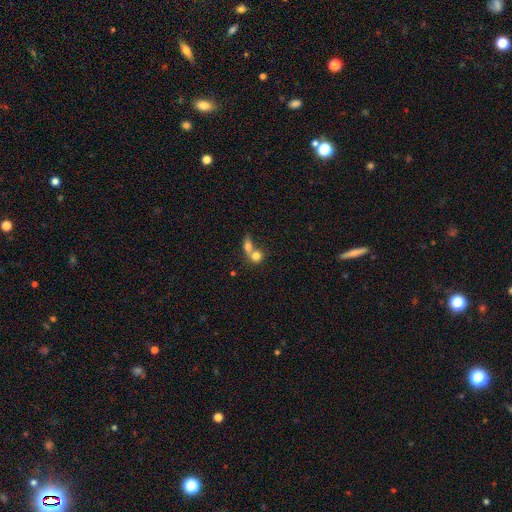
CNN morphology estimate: A smooth galaxy with no disk features (76%) that is round (65%). Merging: merger (66%).